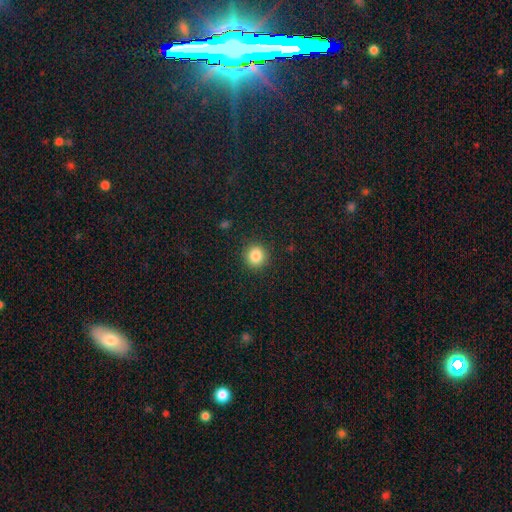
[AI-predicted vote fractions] A smooth galaxy with no disk features (85%) that is round (91%). Merging: none (91%).